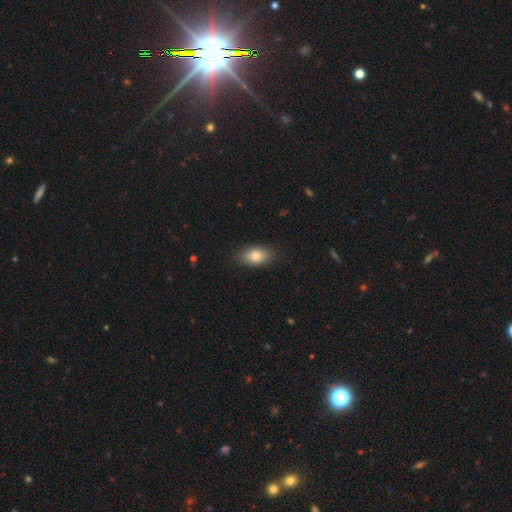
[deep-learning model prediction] Smooth or featured?
  - smooth: 82% *
  - featured or disk: 10%
  - star or artifact: 8%
How rounded?
  - in between: 88% *
  - round: 9%
  - cigar-shaped: 3%
Merging?
  - none: 86% *
  - minor disturbance: 10%
  - major disturbance: 2%
  - merger: 1%